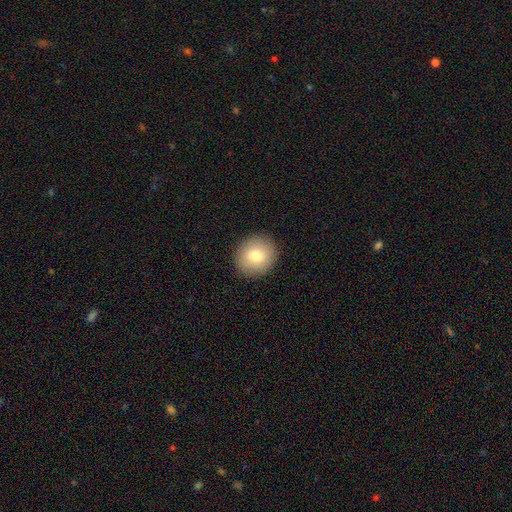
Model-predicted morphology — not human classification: A smooth galaxy with no disk features (81%) that is round (84%).

Vote fractions:
- Smooth or featured? smooth: 81% / featured or disk: 11% / star or artifact: 8%
- How rounded? round: 84% / in between: 15% / cigar-shaped: 1%
- Merging? none: 91% / minor disturbance: 6% / major disturbance: 2% / merger: 1%